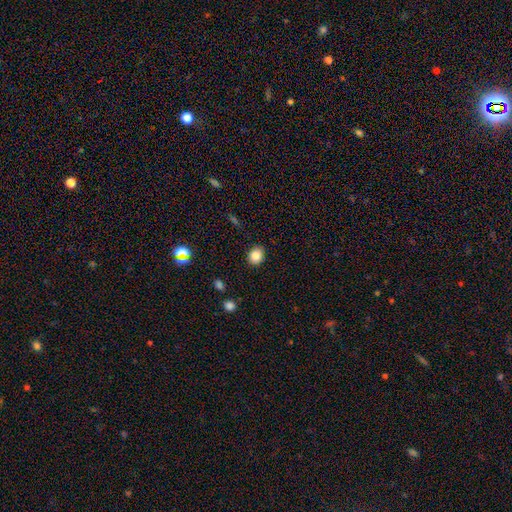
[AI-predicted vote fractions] Smooth or featured? Predicted: smooth (p=0.84). How rounded? Predicted: round (p=0.63). Merging? Predicted: none (p=0.88).